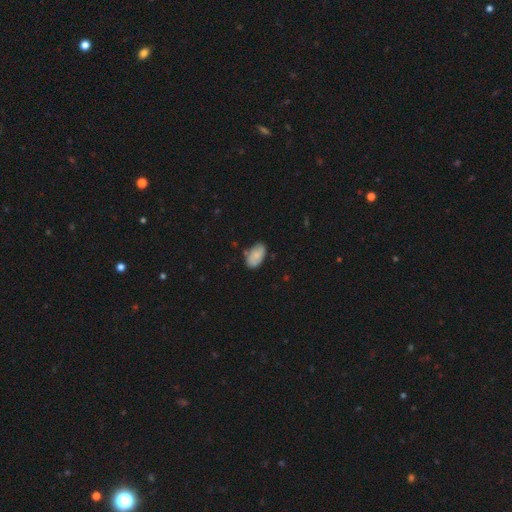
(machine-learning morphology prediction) smooth_or_featured: smooth (p=0.76) [alt: featured or disk p=0.17]
how_rounded: in between (p=0.94) [alt: round p=0.05]
merging: none (p=0.72) [alt: minor disturbance p=0.21]